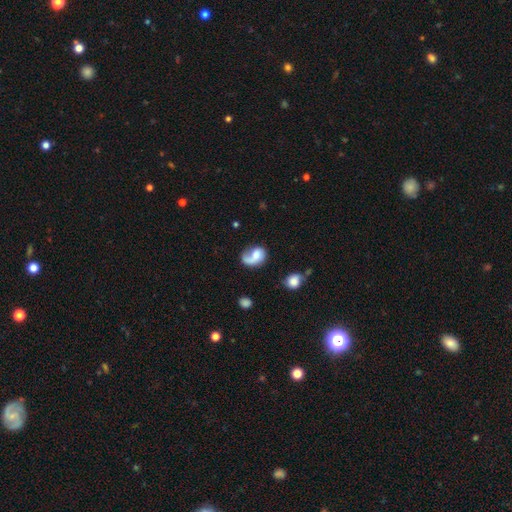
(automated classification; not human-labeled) Q: Smooth or featured?
A: featured or disk (52%); runner-up: smooth (40%)
Q: Edge-on disk?
A: no (97%); runner-up: yes (3%)
Q: Bar?
A: no (74%); runner-up: weak (22%)
Q: Spiral arms?
A: yes (81%); runner-up: no (19%)
Q: Bulge size?
A: moderate (46%); runner-up: small (24%)
Q: Merging?
A: none (36%); runner-up: major disturbance (33%)